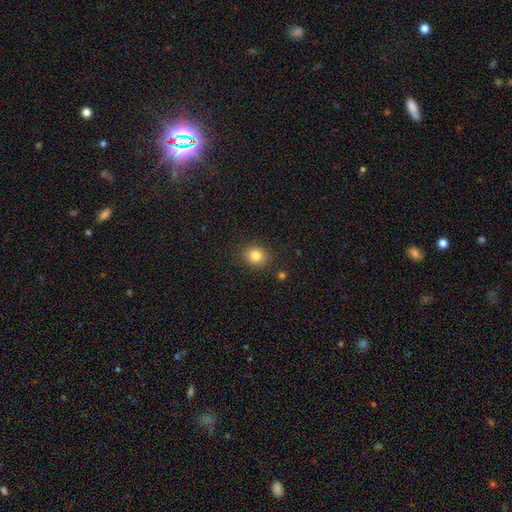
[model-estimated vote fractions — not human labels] Smooth or featured? Predicted: smooth (p=0.83). How rounded? Predicted: round (p=0.78). Merging? Predicted: none (p=0.87).